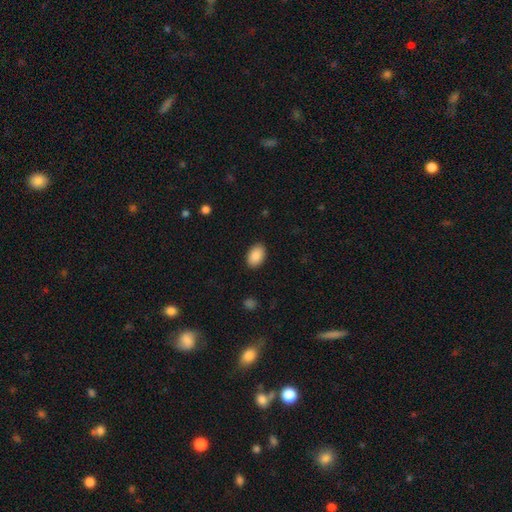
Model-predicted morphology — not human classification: Overall: smooth (90%). How rounded: in between (90%). Merging: none (89%).